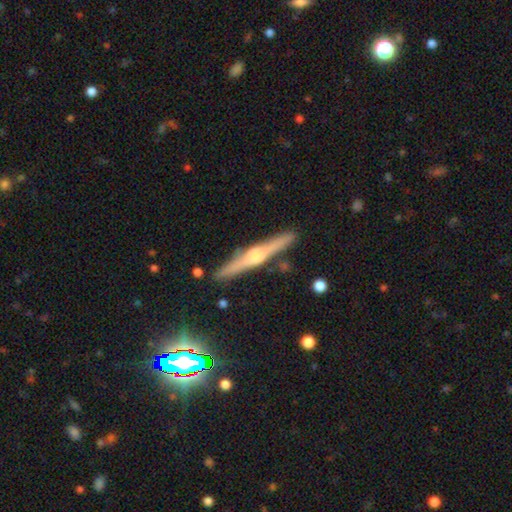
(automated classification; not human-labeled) A featured or disk galaxy (76%) viewed edge-on (98%) with a rounded central bulge (90%).

Vote fractions:
- Smooth or featured? featured or disk: 76% / smooth: 16% / star or artifact: 7%
- Edge-on disk? yes: 98% / no: 2%
- Edge-on bulge? rounded: 90% / boxy: 6% / none: 4%
- Merging? none: 90% / minor disturbance: 7% / merger: 2% / major disturbance: 1%